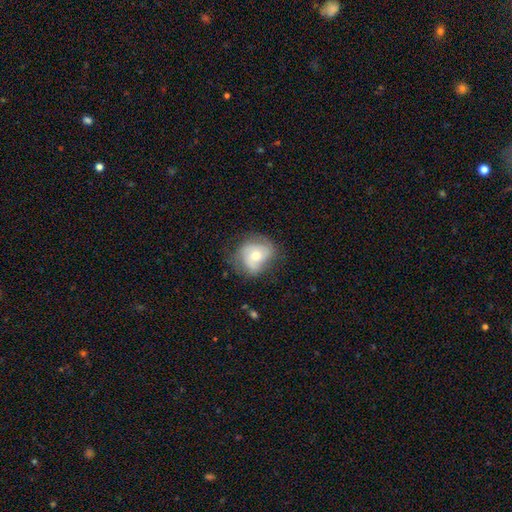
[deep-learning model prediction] Smooth or featured: featured or disk — 50% (smooth — 42%)
Edge-on disk: no — 97% (yes — 3%)
Merging: none — 59% (minor disturbance — 27%)